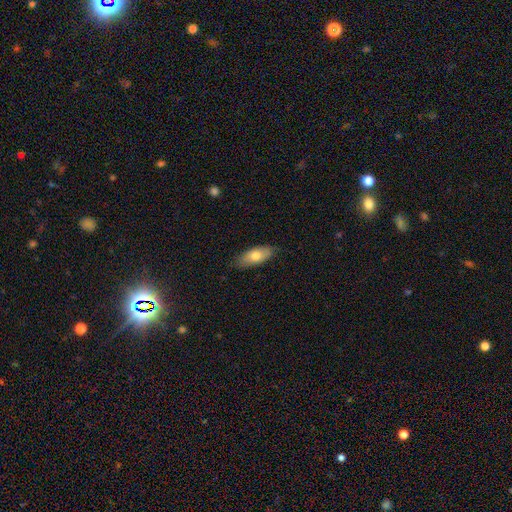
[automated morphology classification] smooth 72%, featured or disk 22%, star or artifact 6%. Down the decision tree: how rounded — in between (82%); merging — none (82%).